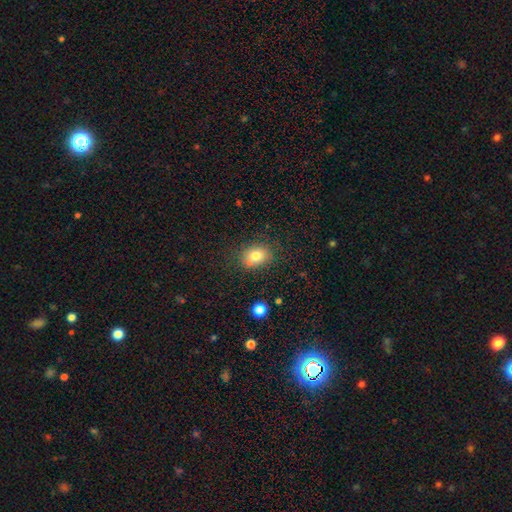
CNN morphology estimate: A smooth galaxy with no disk features (77%) that is in between round and cigar-shaped (58%).

Vote fractions:
- Smooth or featured? smooth: 77% / star or artifact: 12% / featured or disk: 12%
- How rounded? in between: 58% / round: 41% / cigar-shaped: 1%
- Merging? none: 72% / minor disturbance: 16% / merger: 7% / major disturbance: 4%